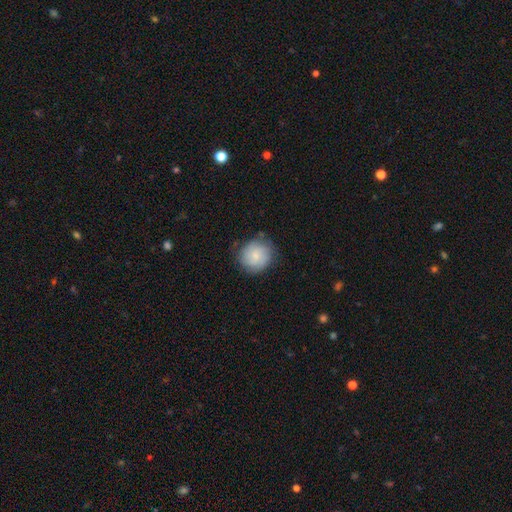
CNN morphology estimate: Smooth or featured?
  - smooth: 72% *
  - featured or disk: 21%
  - star or artifact: 7%
How rounded?
  - round: 88% *
  - in between: 11%
  - cigar-shaped: 1%
Merging?
  - none: 77% *
  - minor disturbance: 17%
  - major disturbance: 4%
  - merger: 1%